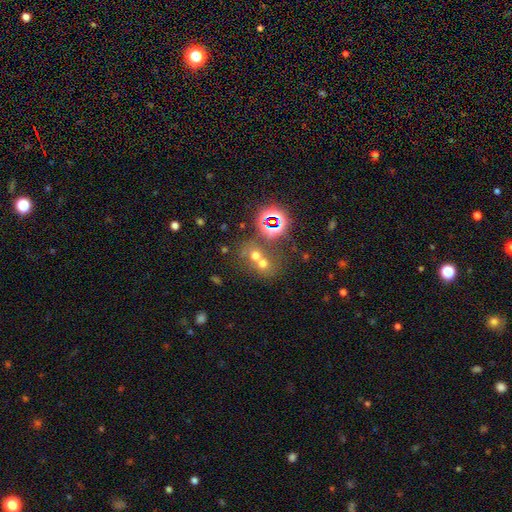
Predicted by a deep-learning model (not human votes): A smooth galaxy with no disk features (54%) that is round (73%).

Vote fractions:
- Smooth or featured? smooth: 54% / star or artifact: 30% / featured or disk: 16%
- How rounded? round: 73% / in between: 25% / cigar-shaped: 1%
- Merging? merger: 50% / none: 39% / minor disturbance: 7% / major disturbance: 4%